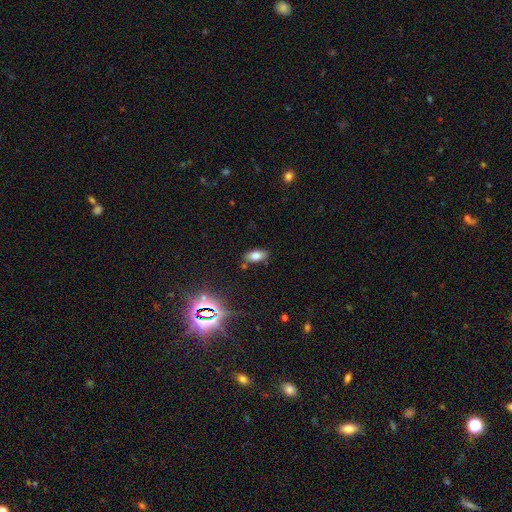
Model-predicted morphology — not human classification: type=smooth (76%); roundness=in between (90%); merging=none (81%).